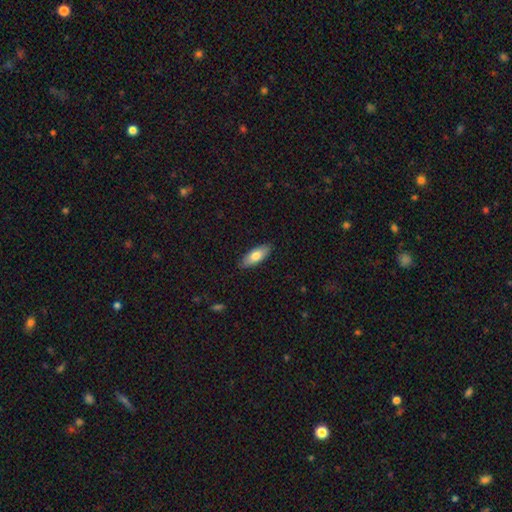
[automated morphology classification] smooth 78%, featured or disk 17%, star or artifact 6%. Down the decision tree: how rounded — in between (76%); merging — none (88%).